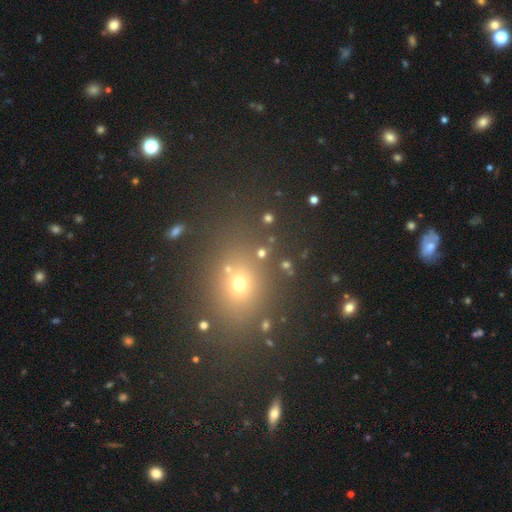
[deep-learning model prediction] Smooth or featured? smooth (56%)
How rounded? round (54%)
Merging? none (81%)